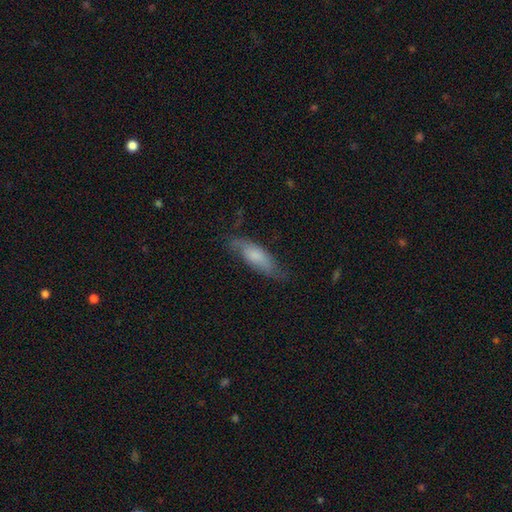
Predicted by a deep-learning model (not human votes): This is likely a smooth galaxy (60%). How rounded: possibly in between (57%). Merging: likely none (63%).